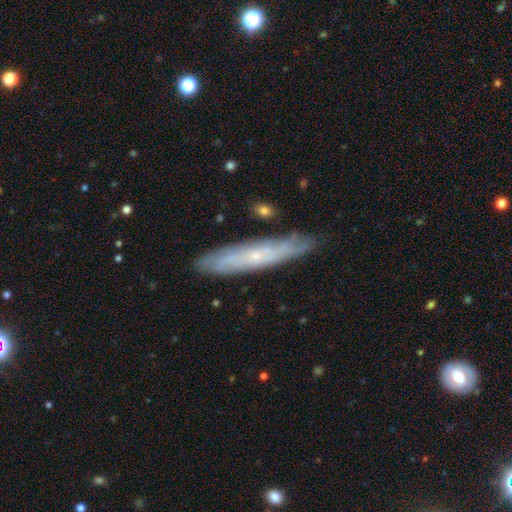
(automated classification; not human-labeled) smooth-or-featured: featured or disk: 65% | smooth: 28% | star or artifact: 7%
  disk-edge-on: yes: 53% | no: 47%
  merging: none: 82% | minor disturbance: 14% | major disturbance: 2% | merger: 2%